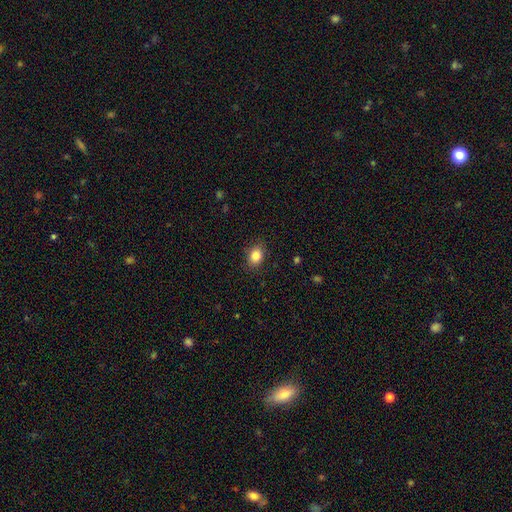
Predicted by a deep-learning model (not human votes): smooth 85%, star or artifact 9%, featured or disk 6%. Down the decision tree: how rounded — in between (61%); merging — none (86%).